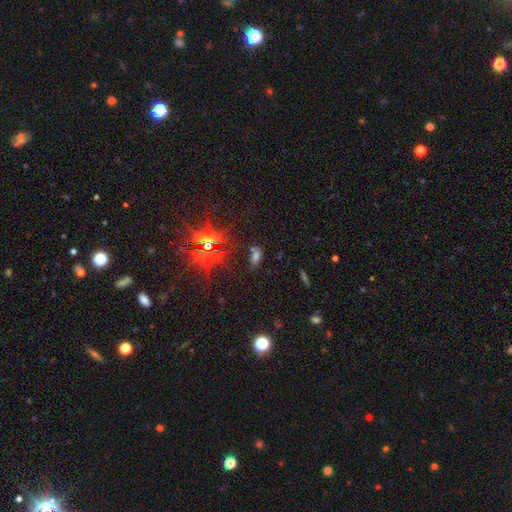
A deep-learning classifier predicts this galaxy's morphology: smooth-or-featured: star or artifact: 49% | smooth: 40% | featured or disk: 11%